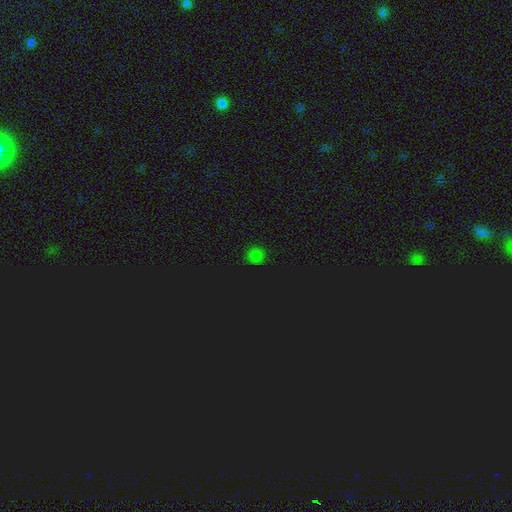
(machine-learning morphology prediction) Smooth or featured?
  - smooth: 63% *
  - star or artifact: 33%
  - featured or disk: 4%
How rounded?
  - round: 90% *
  - in between: 9%
  - cigar-shaped: 1%
Merging?
  - none: 88% *
  - minor disturbance: 8%
  - major disturbance: 2%
  - merger: 1%